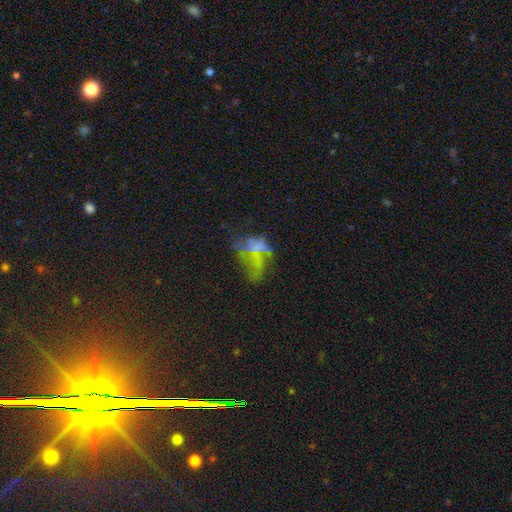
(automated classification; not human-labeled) Q: Smooth or featured?
A: featured or disk (41%); runner-up: smooth (32%)
Q: Merging?
A: major disturbance (43%); runner-up: none (29%)